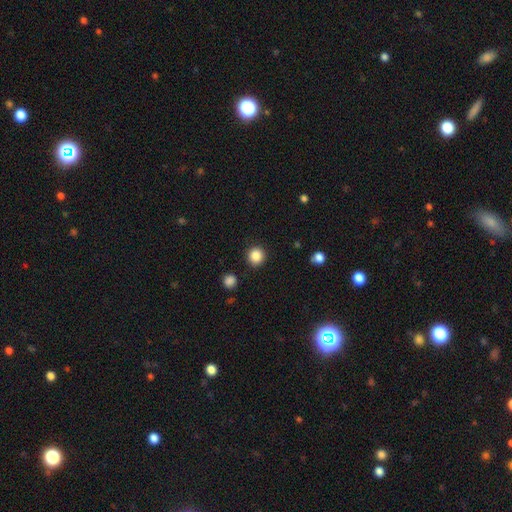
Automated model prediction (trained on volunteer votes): A smooth galaxy with no disk features (86%) that is round (93%). Merging: none (91%).